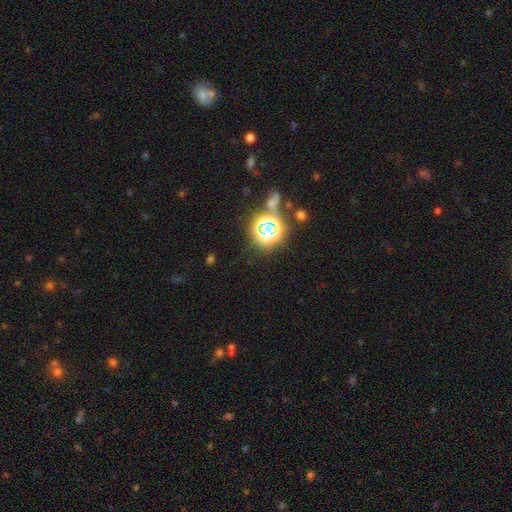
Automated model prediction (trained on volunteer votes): Overall: star or artifact (67%; smooth 27%).